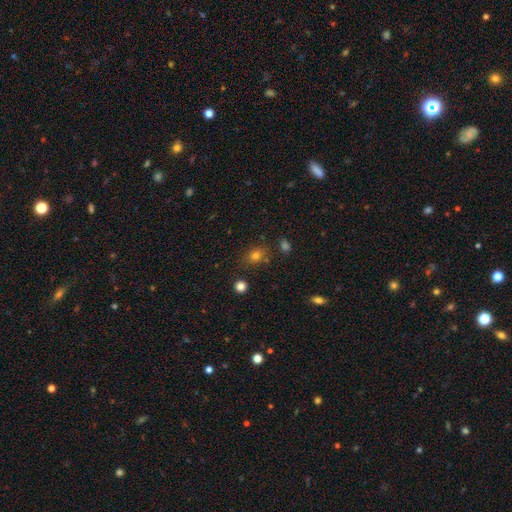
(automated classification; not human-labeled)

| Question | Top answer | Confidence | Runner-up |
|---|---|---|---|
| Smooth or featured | smooth | 75% | star or artifact (16%) |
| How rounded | round | 50% | in between (48%) |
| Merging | none | 77% | minor disturbance (13%) |